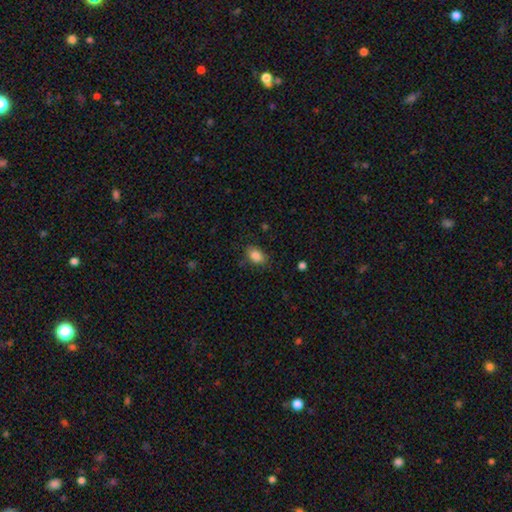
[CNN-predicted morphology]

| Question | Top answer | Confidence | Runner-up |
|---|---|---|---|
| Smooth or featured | smooth | 85% | star or artifact (9%) |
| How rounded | in between | 85% | round (13%) |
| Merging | none | 81% | minor disturbance (14%) |